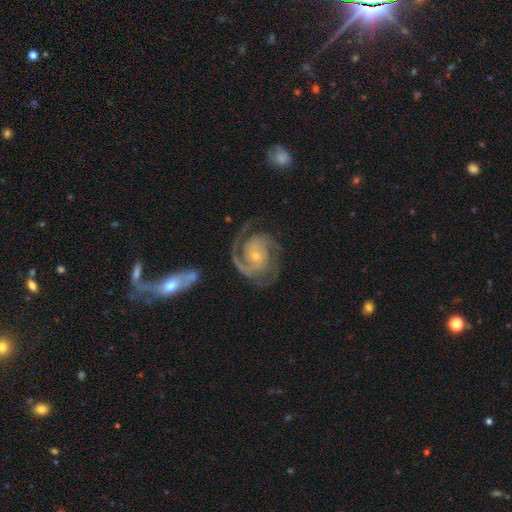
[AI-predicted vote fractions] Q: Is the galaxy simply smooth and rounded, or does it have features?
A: featured or disk — 91%.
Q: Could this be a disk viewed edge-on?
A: no — 98%.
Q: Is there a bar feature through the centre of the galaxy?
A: no — 67%.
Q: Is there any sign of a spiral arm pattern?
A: yes — 98%.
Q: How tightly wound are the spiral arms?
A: tight — 56%.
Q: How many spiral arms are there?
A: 2 — 60%.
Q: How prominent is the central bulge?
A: small — 72%.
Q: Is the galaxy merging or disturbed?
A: none — 70%.